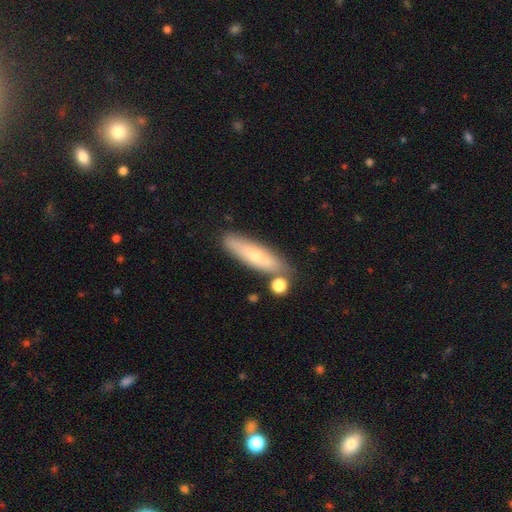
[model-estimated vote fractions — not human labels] A smooth galaxy with no disk features (62%) that is cigar-shaped (69%).

Vote fractions:
- Smooth or featured? smooth: 62% / featured or disk: 32% / star or artifact: 7%
- How rounded? cigar-shaped: 69% / in between: 29% / round: 2%
- Merging? none: 74% / minor disturbance: 14% / merger: 9% / major disturbance: 3%